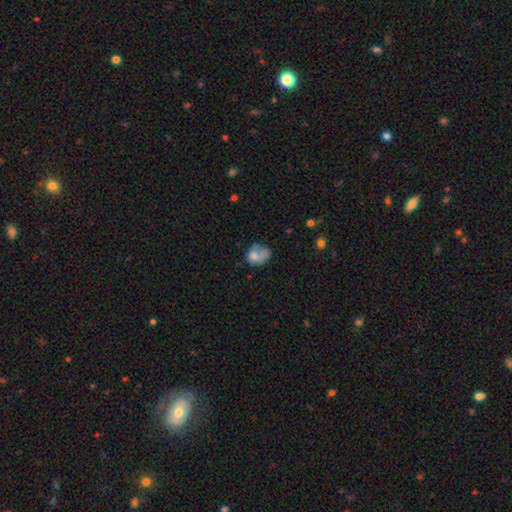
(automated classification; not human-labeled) Smooth or featured? Predicted: smooth (p=0.67). How rounded? Predicted: in between (p=0.57). Merging? Predicted: none (p=0.28).